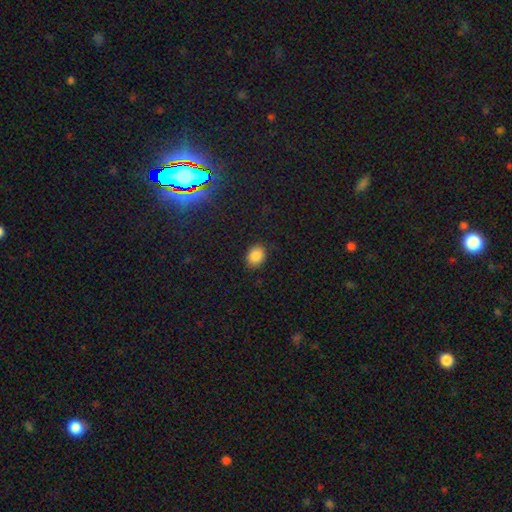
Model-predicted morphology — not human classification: A smooth galaxy with no disk features (86%) that is round (51%). Merging: none (84%).